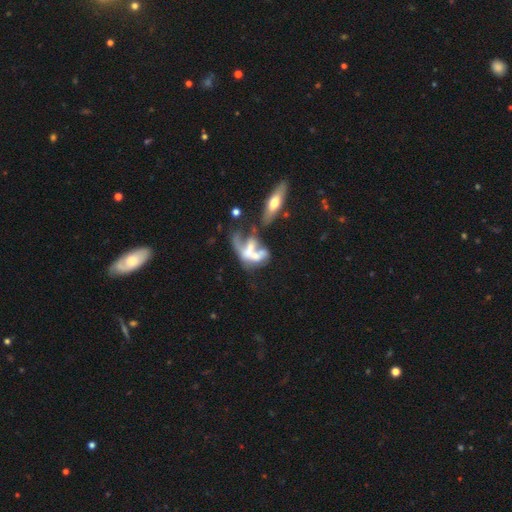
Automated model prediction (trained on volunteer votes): Smooth or featured: featured or disk — 58% (smooth — 30%)
Edge-on disk: no — 91% (yes — 9%)
Bar: no — 78% (weak — 13%)
Spiral arms: no — 85% (yes — 15%)
Bulge size: none — 42% (moderate — 27%)
Merging: merger — 54% (major disturbance — 27%)